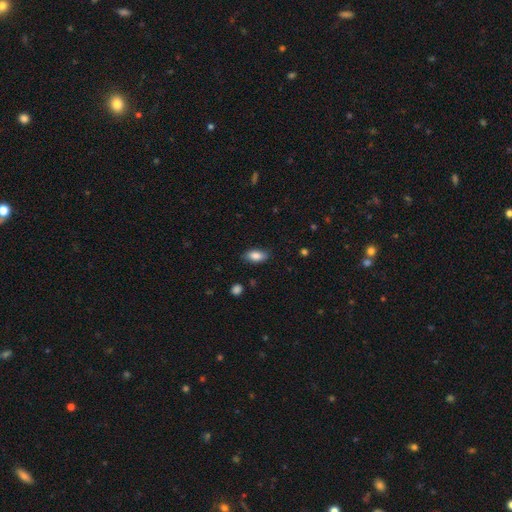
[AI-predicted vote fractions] This appears to be a smooth galaxy with no disk features (85%) that is in between round and cigar-shaped (89%). Merging: none (84%).